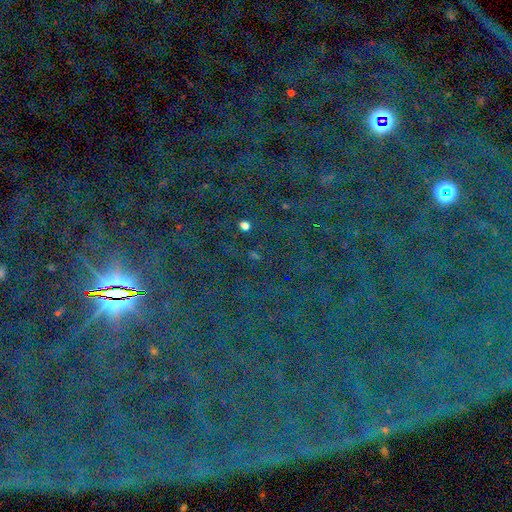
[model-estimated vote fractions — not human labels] Morphology: type=star or artifact (84%).